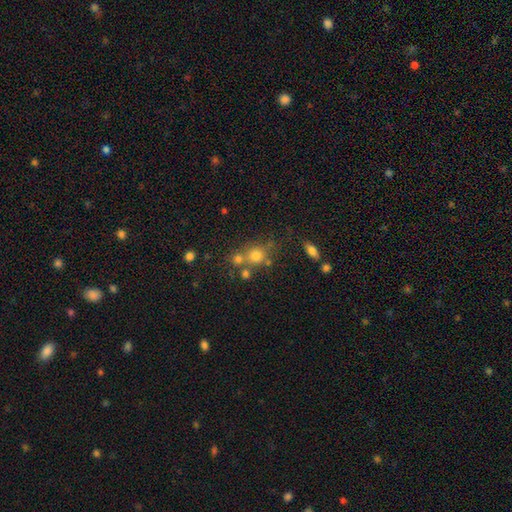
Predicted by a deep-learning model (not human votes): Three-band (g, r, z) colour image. It shows a smooth galaxy with no disk features (67%) that is round (80%). Merging: none (53%).